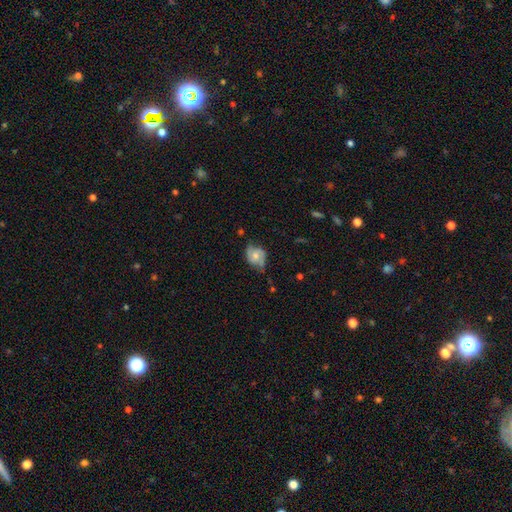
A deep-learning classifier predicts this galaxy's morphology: Overall: featured or disk (57%; smooth 36%). Edge-on disk: no (96%). Bar: no (69%). Spiral arms: yes (82%). Bulge size: moderate (55%; small 37%). Merging: none (54%; minor disturbance 33%).